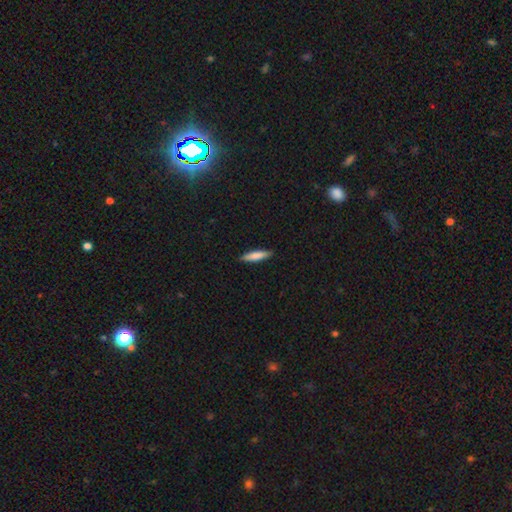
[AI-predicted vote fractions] smooth-or-featured: smooth: 80% | featured or disk: 14% | star or artifact: 6%
  how-rounded: cigar-shaped: 81% | in between: 18% | round: 1%
  merging: none: 90% | minor disturbance: 8% | major disturbance: 2% | merger: 1%